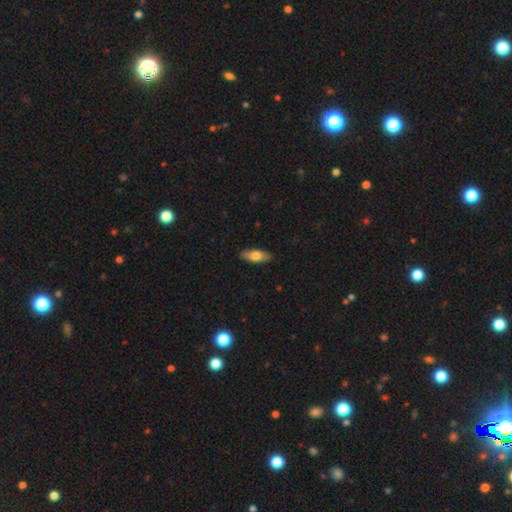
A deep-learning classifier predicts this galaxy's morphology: A smooth galaxy with no disk features (69%) that is in between round and cigar-shaped (71%). Merging: none (89%).